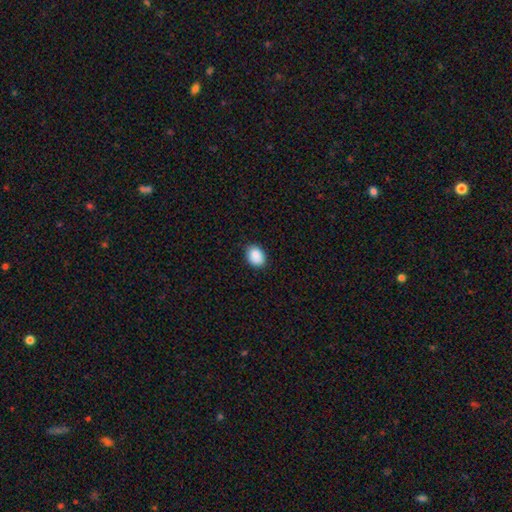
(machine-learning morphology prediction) smooth_or_featured: smooth (p=0.88) [alt: star or artifact p=0.08]
how_rounded: in between (p=0.71) [alt: round p=0.28]
merging: none (p=0.86) [alt: minor disturbance p=0.11]